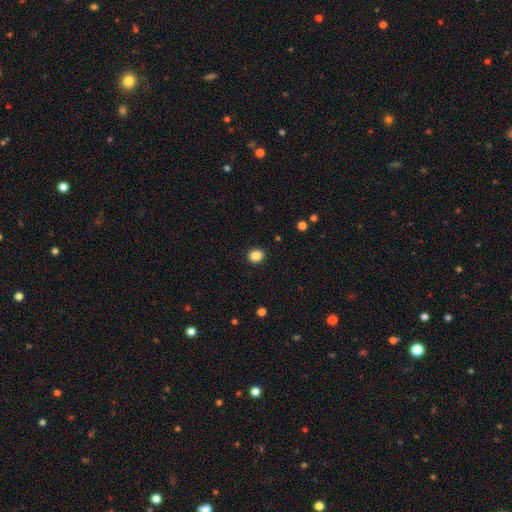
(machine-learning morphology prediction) Q: Smooth or featured?
A: smooth (86%); runner-up: star or artifact (10%)
Q: How rounded?
A: round (77%); runner-up: in between (22%)
Q: Merging?
A: none (91%); runner-up: minor disturbance (6%)